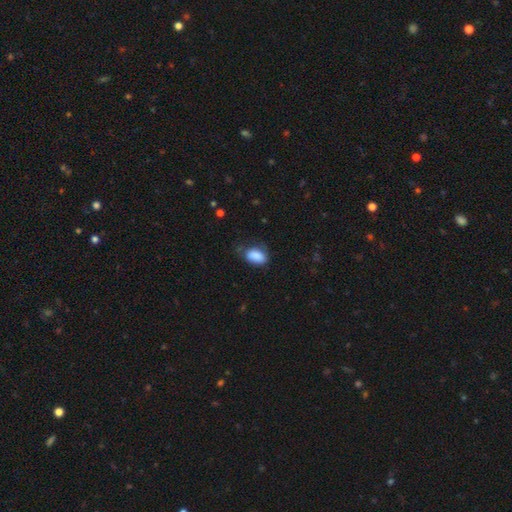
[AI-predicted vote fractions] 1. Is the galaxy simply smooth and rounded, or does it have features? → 88% smooth, 7% star or artifact, 5% featured or disk.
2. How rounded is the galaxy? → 90% in between, 8% round, 2% cigar-shaped.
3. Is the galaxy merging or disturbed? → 61% none, 28% minor disturbance, 9% major disturbance, 2% merger.